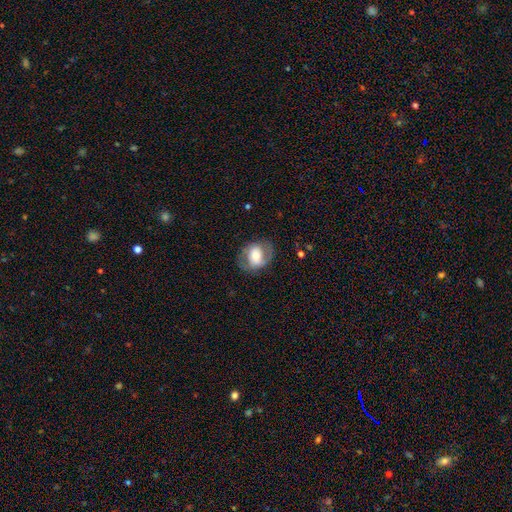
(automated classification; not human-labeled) Overall: featured or disk (48%; smooth 44%). Merging: none (73%).